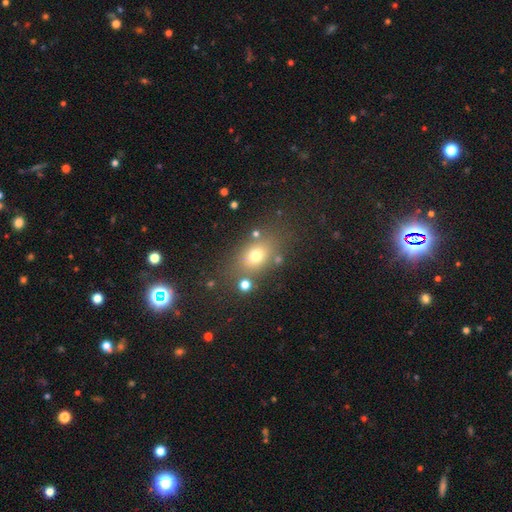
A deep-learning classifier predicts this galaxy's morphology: type=smooth (71%); roundness=in between (65%); merging=none (73%).